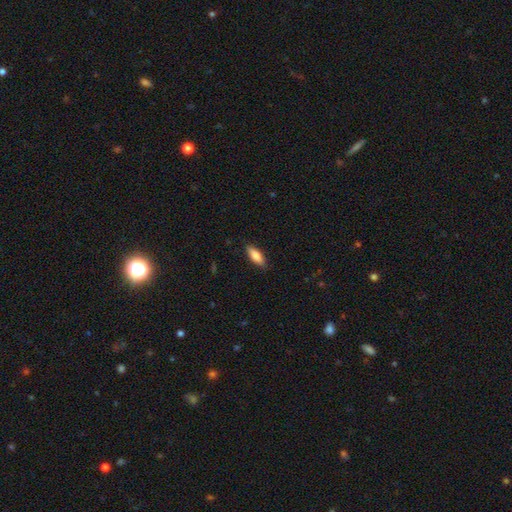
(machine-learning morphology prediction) Overall: smooth (82%). How rounded: in between (68%; cigar-shaped 30%). Merging: none (86%).